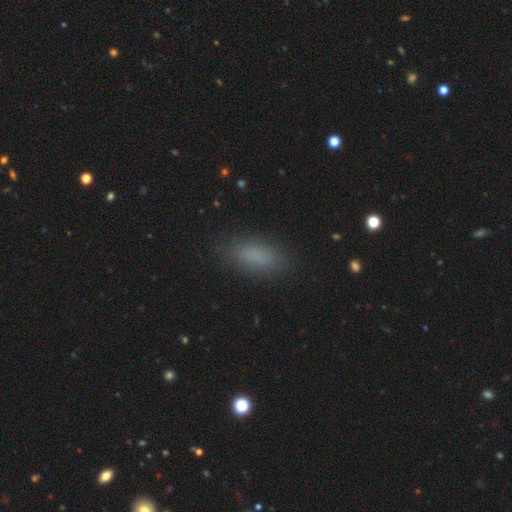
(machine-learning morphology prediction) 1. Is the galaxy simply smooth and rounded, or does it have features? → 83% smooth, 11% star or artifact, 6% featured or disk.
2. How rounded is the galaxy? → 83% in between, 13% cigar-shaped, 4% round.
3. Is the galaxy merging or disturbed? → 86% none, 10% minor disturbance, 3% major disturbance, 1% merger.